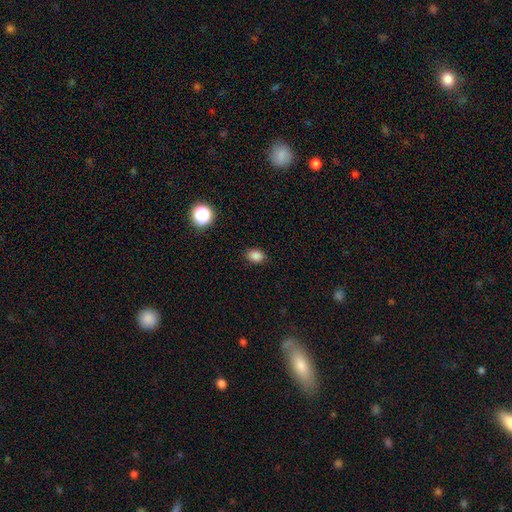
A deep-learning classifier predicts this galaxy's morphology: smooth-or-featured: smooth: 85% | star or artifact: 12% | featured or disk: 3%
  how-rounded: in between: 67% | round: 32% | cigar-shaped: 1%
  merging: none: 87% | minor disturbance: 10% | major disturbance: 2% | merger: 1%